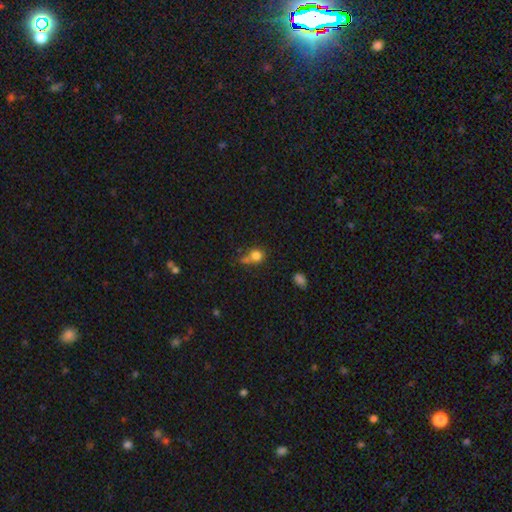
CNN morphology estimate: type=smooth (78%); roundness=round (79%); merging=none (45%).